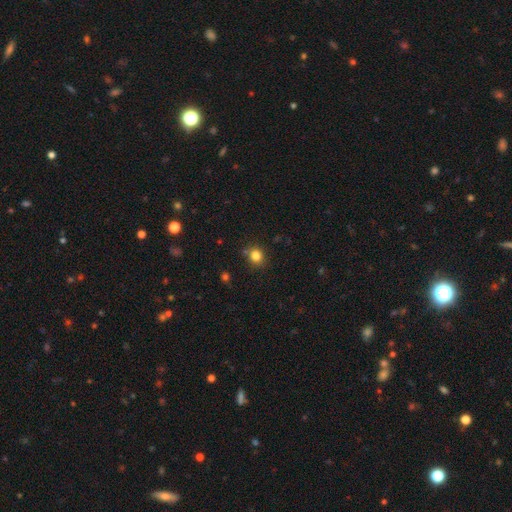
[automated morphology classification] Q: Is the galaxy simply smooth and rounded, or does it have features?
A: smooth — 82%.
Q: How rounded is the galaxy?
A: round — 80%.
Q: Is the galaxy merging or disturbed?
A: none — 80%.